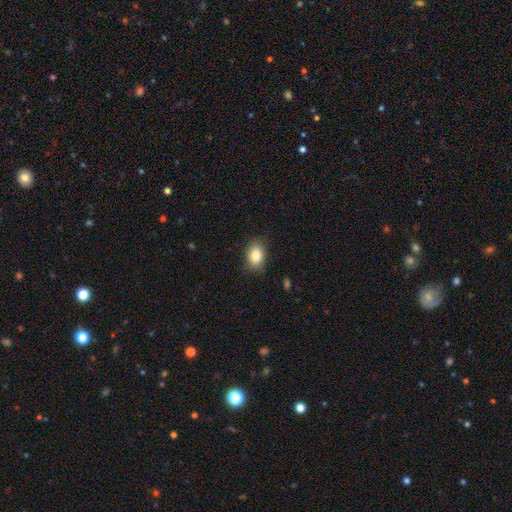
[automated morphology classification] type=smooth (84%); roundness=in between (79%); merging=none (84%).